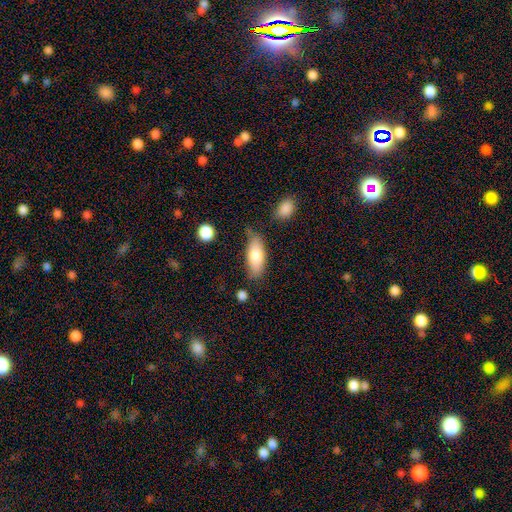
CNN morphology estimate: smooth-or-featured: smooth: 77% | featured or disk: 17% | star or artifact: 6%
  how-rounded: in between: 79% | cigar-shaped: 18% | round: 2%
  merging: none: 71% | minor disturbance: 19% | merger: 5% | major disturbance: 4%